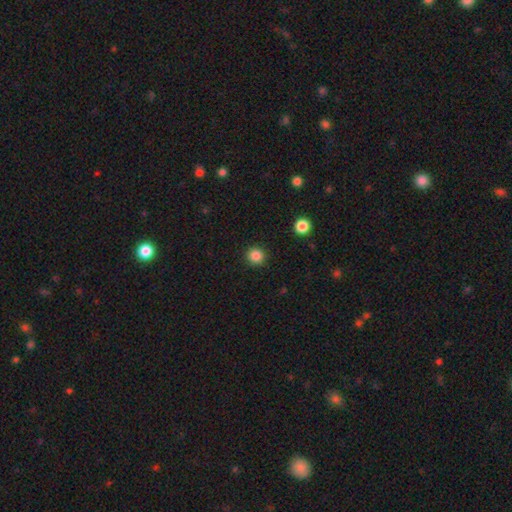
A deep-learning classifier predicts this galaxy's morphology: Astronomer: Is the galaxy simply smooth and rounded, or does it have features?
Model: smooth — 86%.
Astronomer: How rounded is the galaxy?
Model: round — 94%.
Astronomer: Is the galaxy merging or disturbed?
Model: none — 91%.